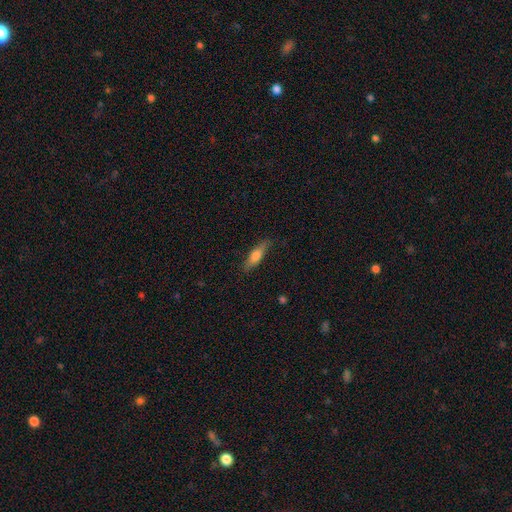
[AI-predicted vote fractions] Smooth or featured: smooth — 63% (featured or disk — 31%)
How rounded: cigar-shaped — 61% (in between — 36%)
Merging: none — 79% (minor disturbance — 16%)